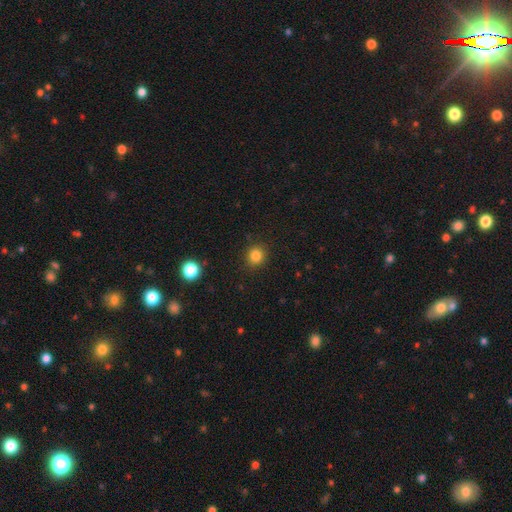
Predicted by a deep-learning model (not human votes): smooth_or_featured: smooth (p=0.83) [alt: star or artifact p=0.12]
how_rounded: round (p=0.88) [alt: in between p=0.12]
merging: none (p=0.89) [alt: minor disturbance p=0.07]